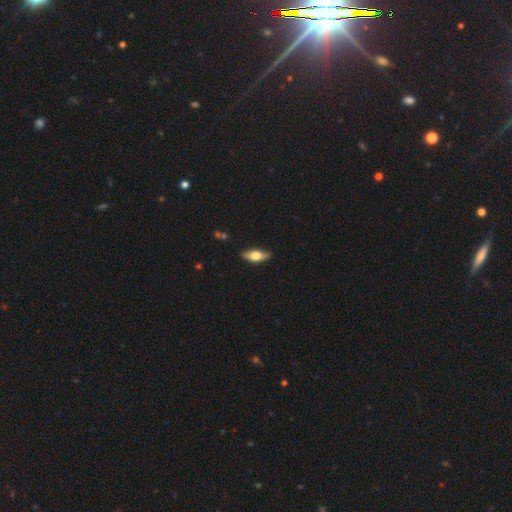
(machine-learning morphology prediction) The model was most divided on "smooth or featured": smooth: 57%, featured or disk: 37%, star or artifact: 6%. More confident: merging — none (83%); how rounded — in between (70%).